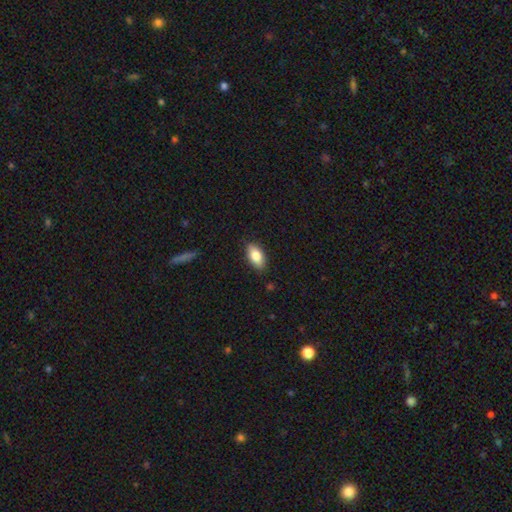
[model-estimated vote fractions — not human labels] smooth-or-featured: smooth: 82% | featured or disk: 11% | star or artifact: 7%
  how-rounded: in between: 90% | cigar-shaped: 6% | round: 4%
  merging: none: 86% | minor disturbance: 11% | major disturbance: 2% | merger: 1%